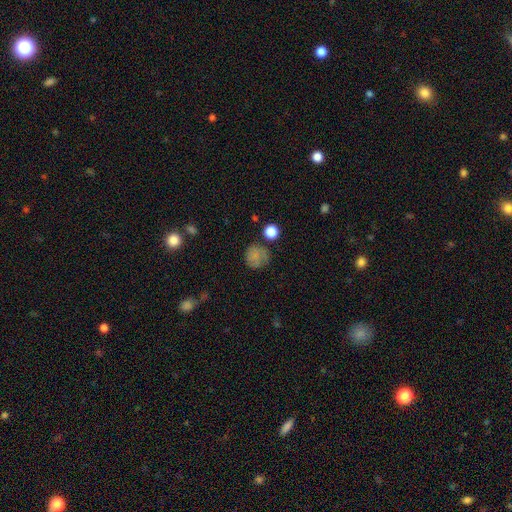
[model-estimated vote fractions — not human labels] Overall: smooth (73%). How rounded: round (86%). Merging: none (65%).